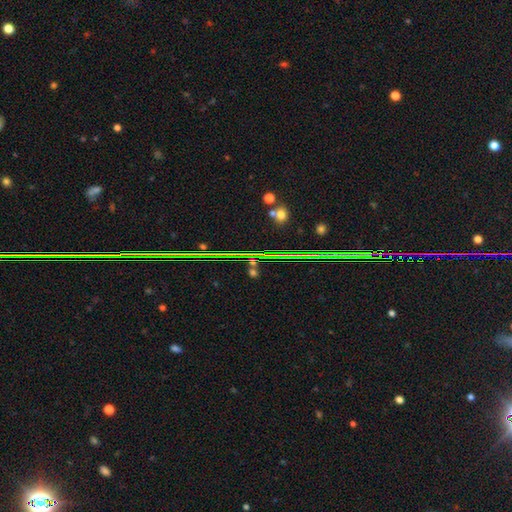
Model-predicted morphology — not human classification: Q: Smooth or featured?
A: star or artifact (87%); runner-up: featured or disk (7%)